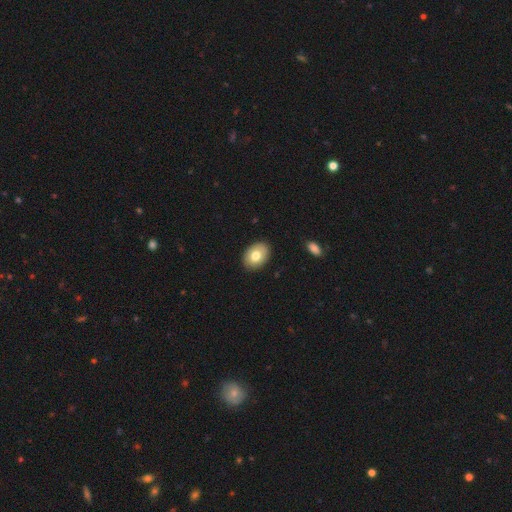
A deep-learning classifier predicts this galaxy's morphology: Overall: smooth (76%). How rounded: in between (79%). Merging: none (89%).